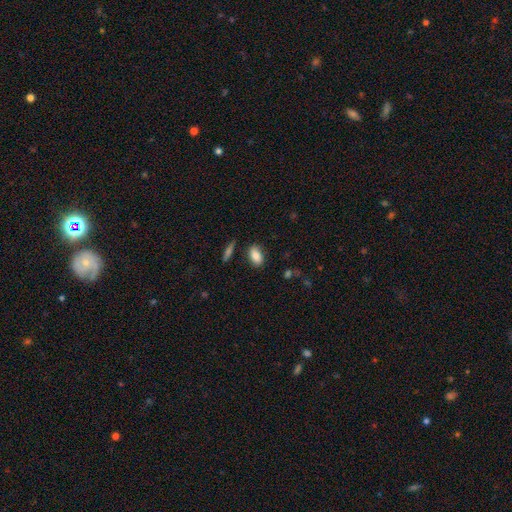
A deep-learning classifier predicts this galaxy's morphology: This appears to be a smooth galaxy with no disk features (83%) that is in between round and cigar-shaped (90%). Merging: none (82%).